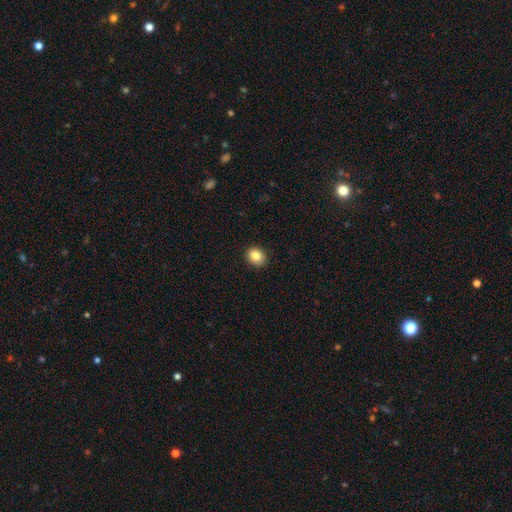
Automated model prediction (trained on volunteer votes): Smooth or featured: smooth — 84% (star or artifact — 9%)
How rounded: round — 65% (in between — 34%)
Merging: none — 90% (minor disturbance — 7%)